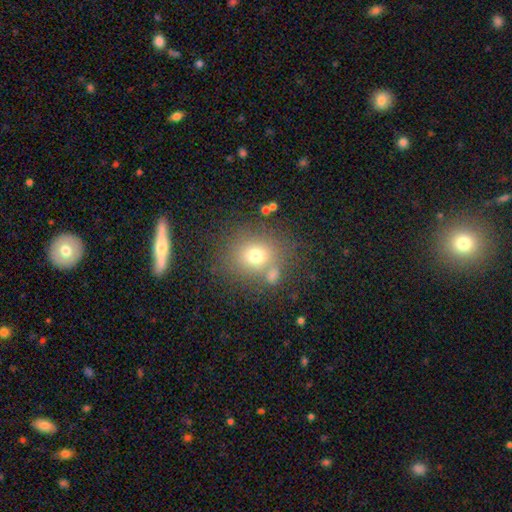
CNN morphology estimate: Smooth or featured?
  - smooth: 70% *
  - star or artifact: 15%
  - featured or disk: 15%
How rounded?
  - round: 79% *
  - in between: 19%
  - cigar-shaped: 1%
Merging?
  - none: 70% *
  - merger: 14%
  - minor disturbance: 11%
  - major disturbance: 5%